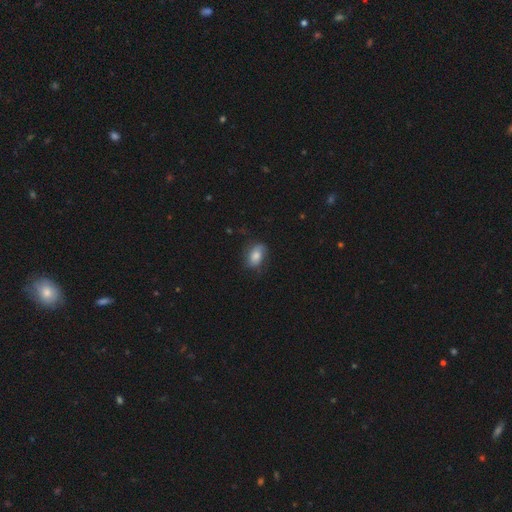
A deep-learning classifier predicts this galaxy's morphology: Q: Smooth or featured?
A: smooth (70%); runner-up: featured or disk (22%)
Q: How rounded?
A: in between (85%); runner-up: round (12%)
Q: Merging?
A: none (69%); runner-up: minor disturbance (23%)